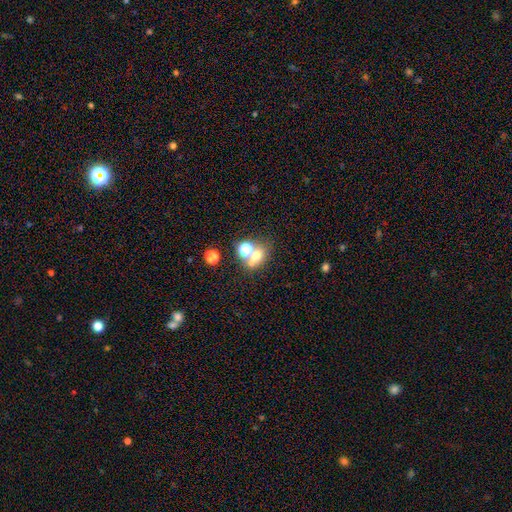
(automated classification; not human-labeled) A smooth galaxy with no disk features (59%) that is round (63%).

Vote fractions:
- Smooth or featured? smooth: 59% / star or artifact: 23% / featured or disk: 17%
- How rounded? round: 63% / in between: 36% / cigar-shaped: 2%
- Merging? none: 44% / merger: 43% / minor disturbance: 8% / major disturbance: 5%